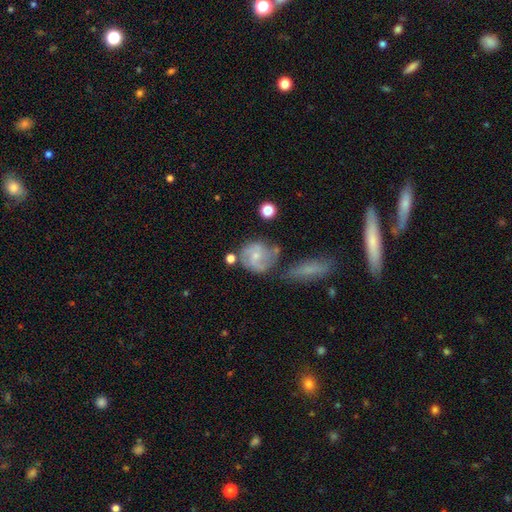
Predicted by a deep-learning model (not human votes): smooth-or-featured: featured or disk: 65% | smooth: 27% | star or artifact: 7%
  disk-edge-on: no: 97% | yes: 3%
    bar: no: 64% | weak: 30% | strong: 6%
    has-spiral-arms: yes: 87% | no: 13%
      spiral-winding: medium: 45% | tight: 35% | loose: 20%
      spiral-arm-count: 2: 45% | can't tell: 23% | 3: 19% | 1: 5% | 4: 4% | more than 4: 3%
    bulge-size: small: 68% | moderate: 25% | none: 5% | large: 1% | dominant: 1%
  merging: none: 51% | minor disturbance: 22% | merger: 14% | major disturbance: 13%